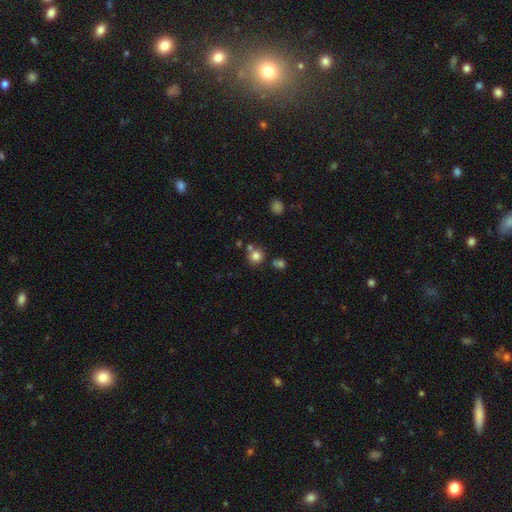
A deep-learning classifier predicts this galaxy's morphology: This appears to be a smooth galaxy with no disk features (80%) that is round (88%). Merging: none (69%).